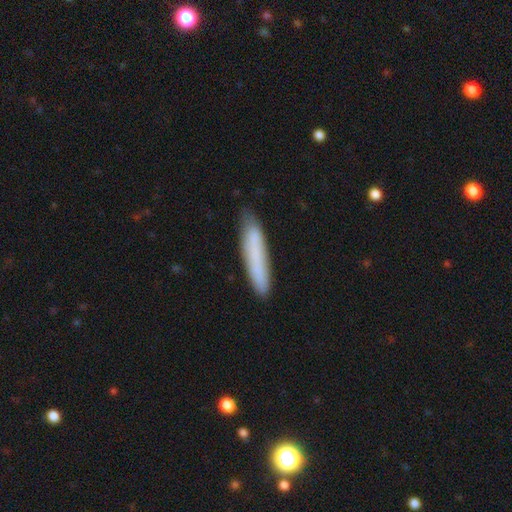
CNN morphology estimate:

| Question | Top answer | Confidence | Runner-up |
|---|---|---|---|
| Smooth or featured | smooth | 74% | featured or disk (19%) |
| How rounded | cigar-shaped | 91% | in between (8%) |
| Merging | none | 84% | minor disturbance (12%) |